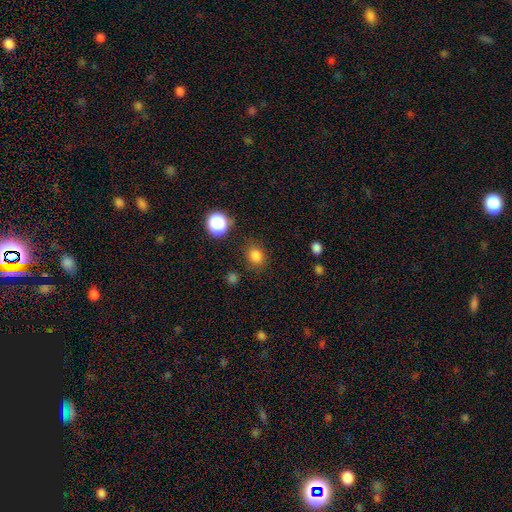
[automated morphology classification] Q: Smooth or featured?
A: smooth (81%); runner-up: star or artifact (15%)
Q: How rounded?
A: round (71%); runner-up: in between (28%)
Q: Merging?
A: none (82%); runner-up: minor disturbance (11%)